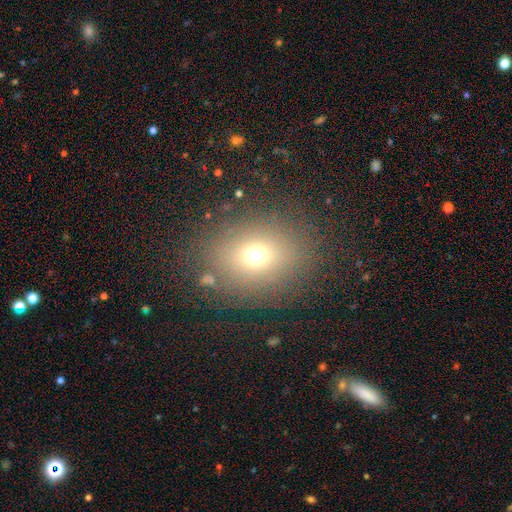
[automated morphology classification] smooth 68%, star or artifact 20%, featured or disk 12%. Down the decision tree: how rounded — round (59%); merging — none (82%).